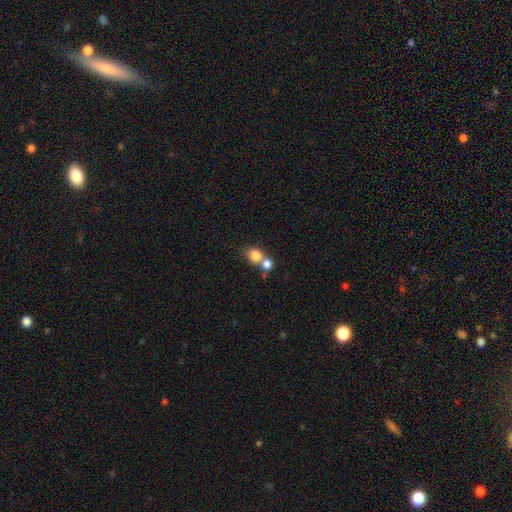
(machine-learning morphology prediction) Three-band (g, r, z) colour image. It shows a smooth galaxy with no disk features (80%) that is round (69%). Merging: merger (53%).